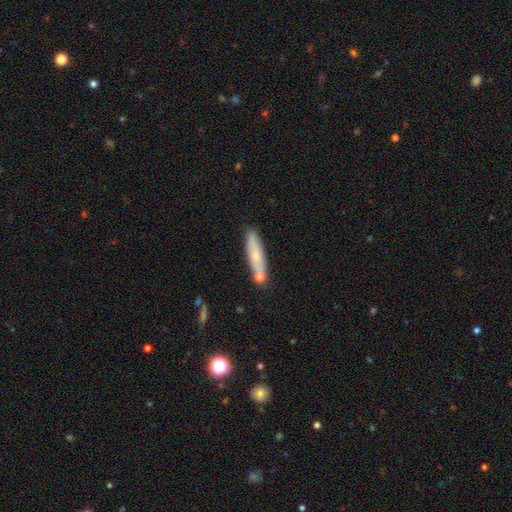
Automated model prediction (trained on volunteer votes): Smooth or featured: smooth — 58% (featured or disk — 36%)
How rounded: cigar-shaped — 79% (in between — 19%)
Merging: none — 71% (minor disturbance — 14%)